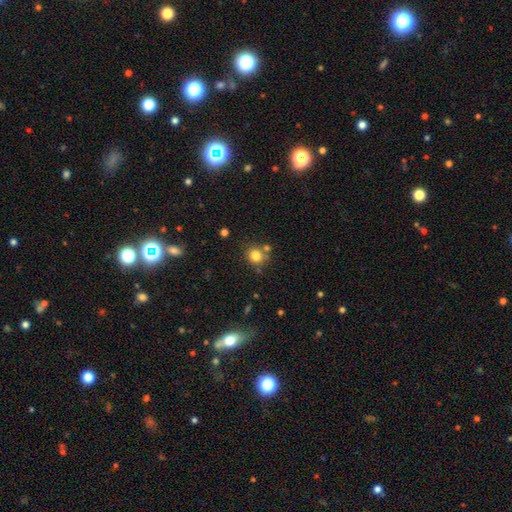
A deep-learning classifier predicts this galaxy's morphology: This appears to be a smooth galaxy with no disk features (81%) that is round (80%). Merging: none (70%).